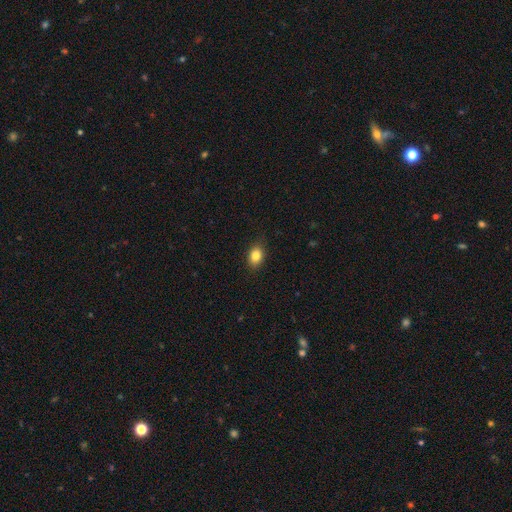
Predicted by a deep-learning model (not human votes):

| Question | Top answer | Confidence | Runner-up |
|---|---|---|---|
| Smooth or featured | smooth | 84% | star or artifact (10%) |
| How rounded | in between | 70% | round (29%) |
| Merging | none | 87% | minor disturbance (10%) |